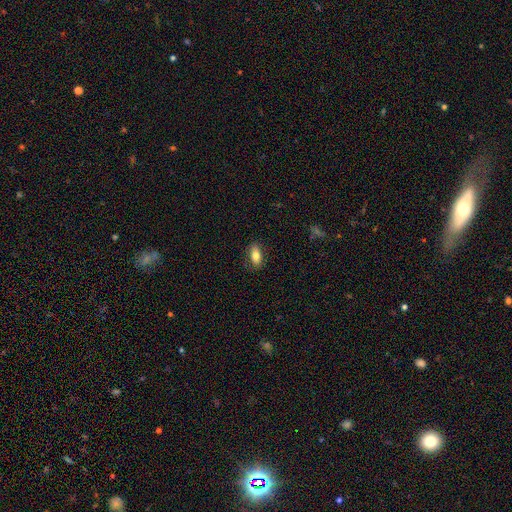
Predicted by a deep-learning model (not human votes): This is likely a smooth galaxy (76%). How rounded: clearly in between (85%). Merging: clearly none (84%).